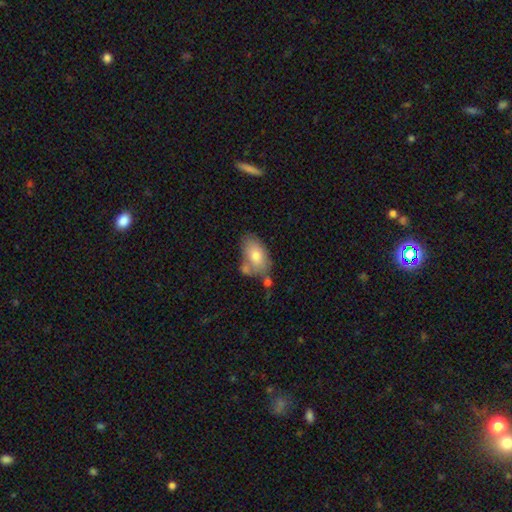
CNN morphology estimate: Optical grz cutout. It shows a smooth galaxy with no disk features (75%) that is in between round and cigar-shaped (91%). Merging: none (53%).